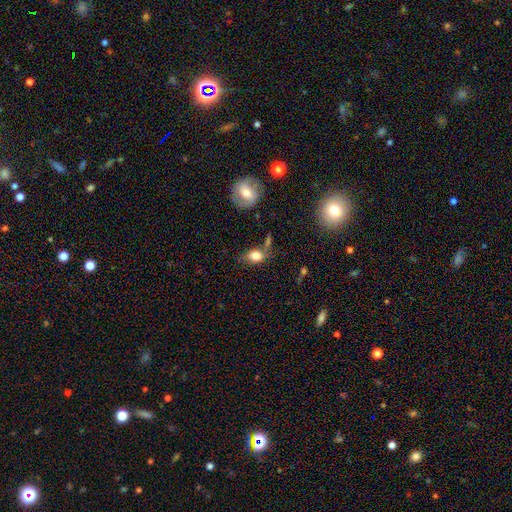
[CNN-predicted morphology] Smooth or featured?
  - smooth: 76% *
  - featured or disk: 14%
  - star or artifact: 9%
How rounded?
  - in between: 74% *
  - round: 23%
  - cigar-shaped: 3%
Merging?
  - none: 50% *
  - minor disturbance: 25%
  - merger: 14%
  - major disturbance: 11%